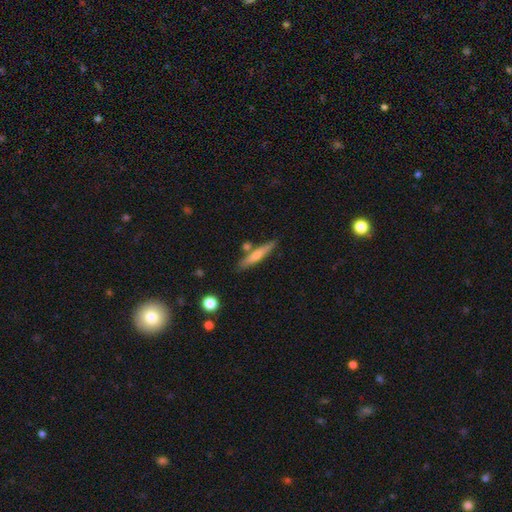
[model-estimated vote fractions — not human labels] Smooth or featured? smooth (59%)
How rounded? cigar-shaped (89%)
Merging? none (76%)